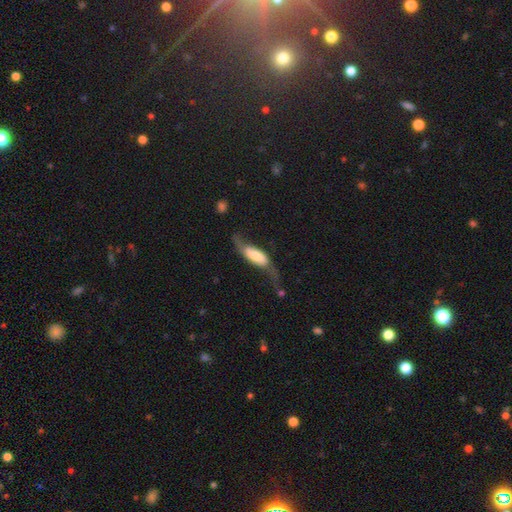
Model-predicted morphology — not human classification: Smooth or featured?
  - featured or disk: 51% *
  - smooth: 42%
  - star or artifact: 7%
Edge-on disk?
  - no: 75% *
  - yes: 25%
Merging?
  - major disturbance: 35% *
  - none: 33%
  - minor disturbance: 26%
  - merger: 6%